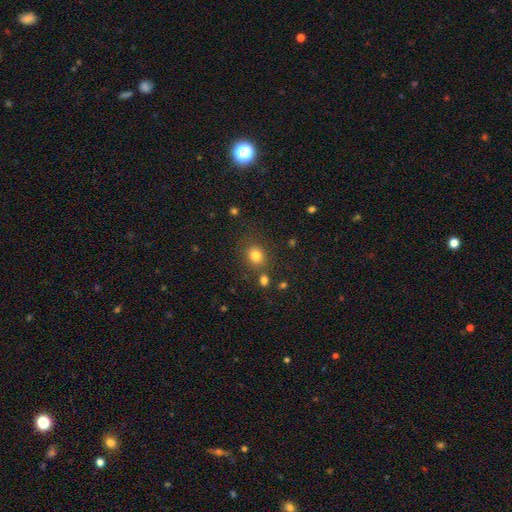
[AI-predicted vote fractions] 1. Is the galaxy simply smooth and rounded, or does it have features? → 79% smooth, 14% star or artifact, 7% featured or disk.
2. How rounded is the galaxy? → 69% round, 30% in between, 1% cigar-shaped.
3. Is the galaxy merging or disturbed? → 77% none, 11% minor disturbance, 8% merger, 4% major disturbance.